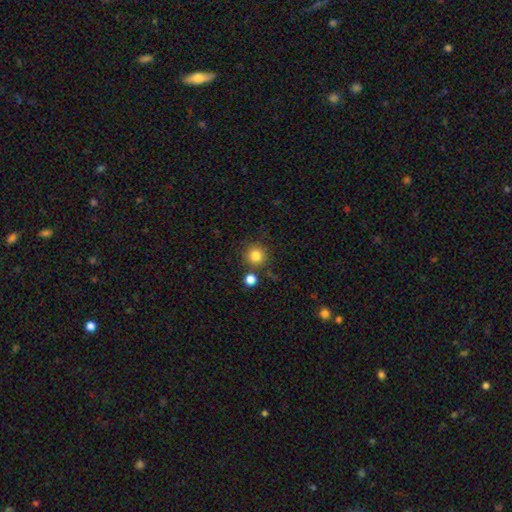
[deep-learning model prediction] smooth 83%, star or artifact 11%, featured or disk 6%. Down the decision tree: how rounded — round (95%); merging — none (81%).